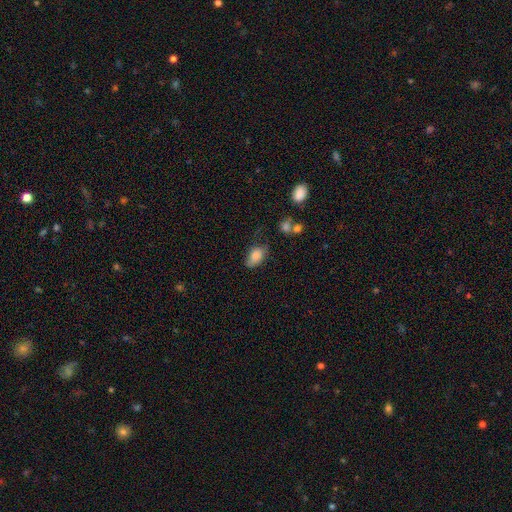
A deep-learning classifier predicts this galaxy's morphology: Smooth or featured: smooth — 81% (featured or disk — 11%)
How rounded: in between — 90% (round — 8%)
Merging: none — 51% (minor disturbance — 33%)